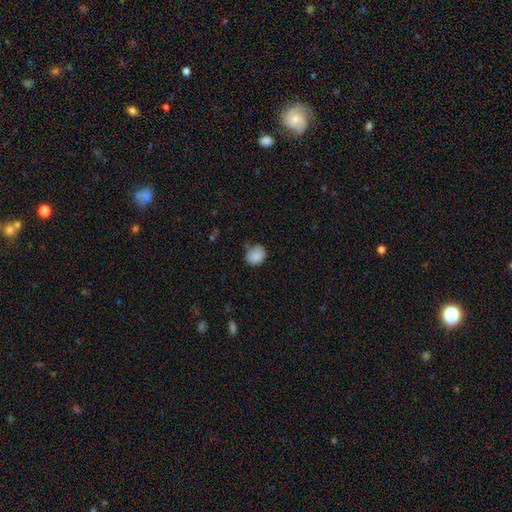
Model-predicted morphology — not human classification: Overall: smooth (86%). How rounded: round (59%; in between 40%). Merging: none (60%; minor disturbance 30%).